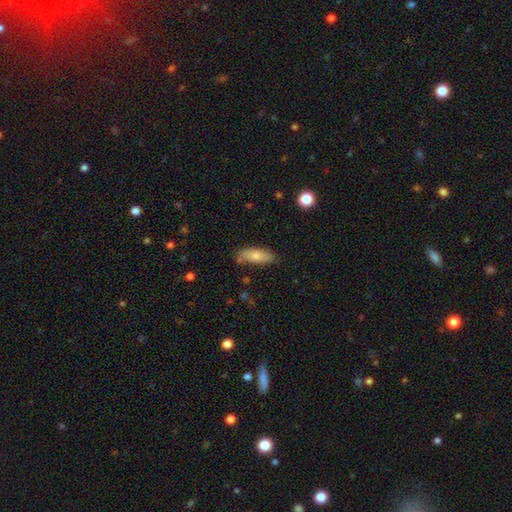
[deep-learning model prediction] This appears to be a smooth galaxy with no disk features (77%) that is in between round and cigar-shaped (71%). Merging: none (71%).